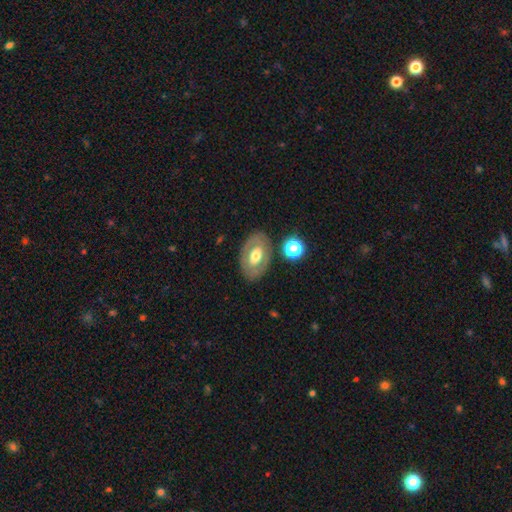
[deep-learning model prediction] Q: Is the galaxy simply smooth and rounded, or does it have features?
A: featured or disk — 50%.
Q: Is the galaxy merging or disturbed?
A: none — 78%.